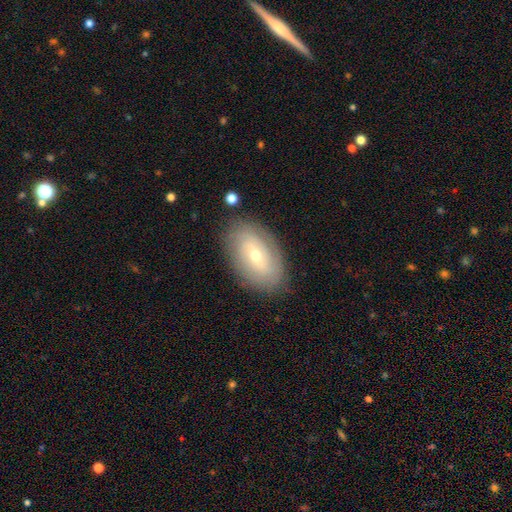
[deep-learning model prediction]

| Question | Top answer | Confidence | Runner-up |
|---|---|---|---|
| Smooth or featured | featured or disk | 54% | smooth (38%) |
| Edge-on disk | no | 90% | yes (10%) |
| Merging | none | 83% | minor disturbance (12%) |